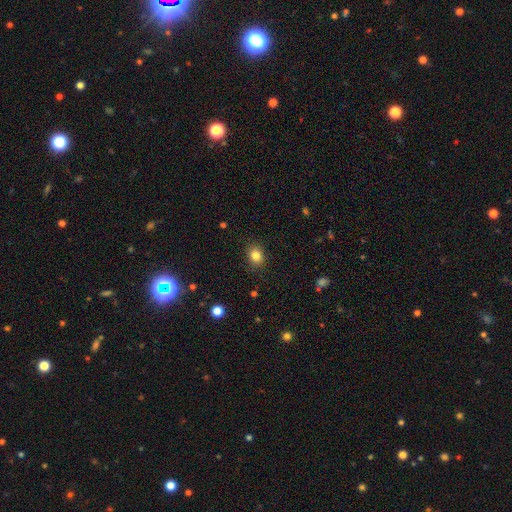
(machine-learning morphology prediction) This is clearly a smooth galaxy (83%). How rounded: possibly round (56%). Merging: clearly none (87%).